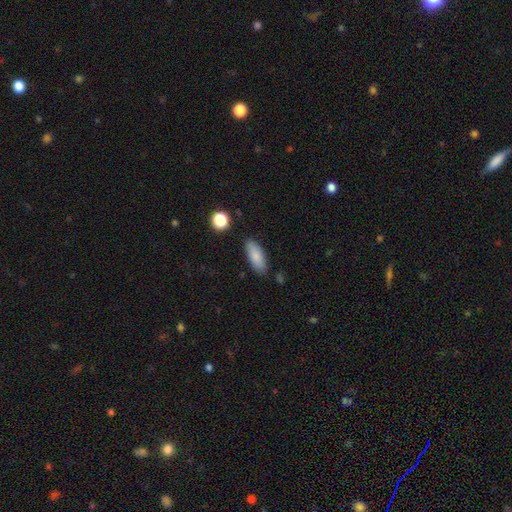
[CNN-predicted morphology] Smooth or featured: smooth — 84% (featured or disk — 9%)
How rounded: in between — 77% (cigar-shaped — 21%)
Merging: none — 83% (minor disturbance — 12%)